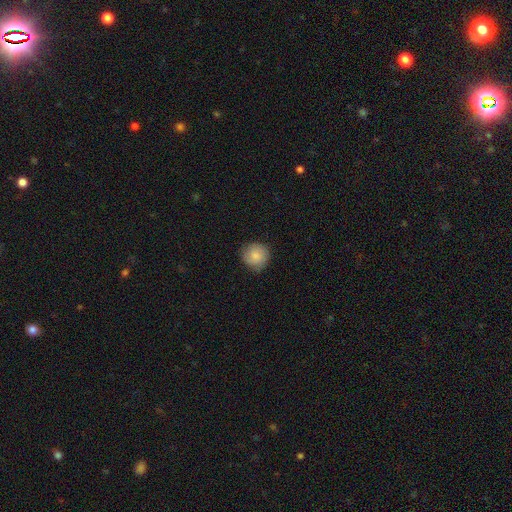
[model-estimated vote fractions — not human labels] Smooth or featured? Predicted: smooth (p=0.83). How rounded? Predicted: round (p=0.91). Merging? Predicted: none (p=0.79).